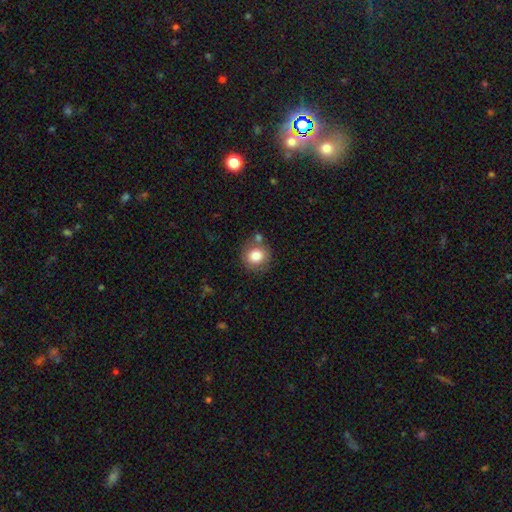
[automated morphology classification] Smooth or featured? Predicted: smooth (p=0.80). How rounded? Predicted: round (p=0.89). Merging? Predicted: none (p=0.73).